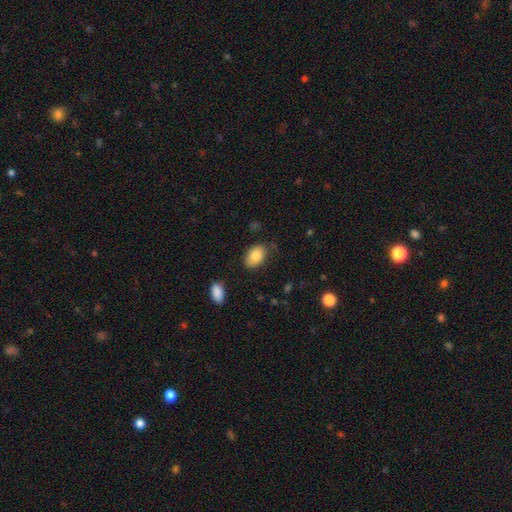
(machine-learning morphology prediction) Q: Smooth or featured?
A: smooth (83%); runner-up: featured or disk (10%)
Q: How rounded?
A: in between (89%); runner-up: round (9%)
Q: Merging?
A: none (79%); runner-up: minor disturbance (16%)